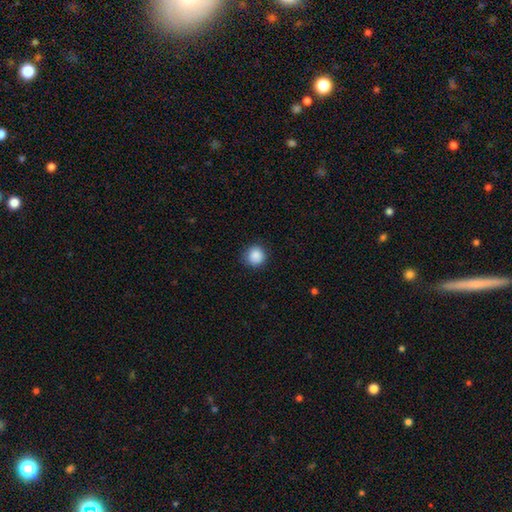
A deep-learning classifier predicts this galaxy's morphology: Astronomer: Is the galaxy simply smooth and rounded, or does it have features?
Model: smooth — 89%.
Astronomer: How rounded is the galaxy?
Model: round — 93%.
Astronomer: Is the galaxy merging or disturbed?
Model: none — 87%.